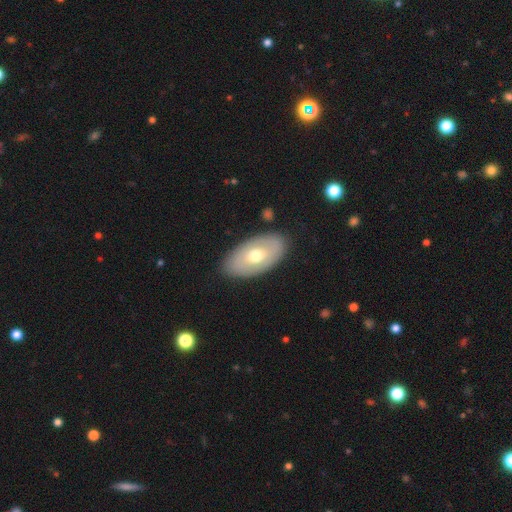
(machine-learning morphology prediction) Smooth or featured? Predicted: smooth (p=0.51). How rounded? Predicted: in between (p=0.94). Merging? Predicted: none (p=0.85).